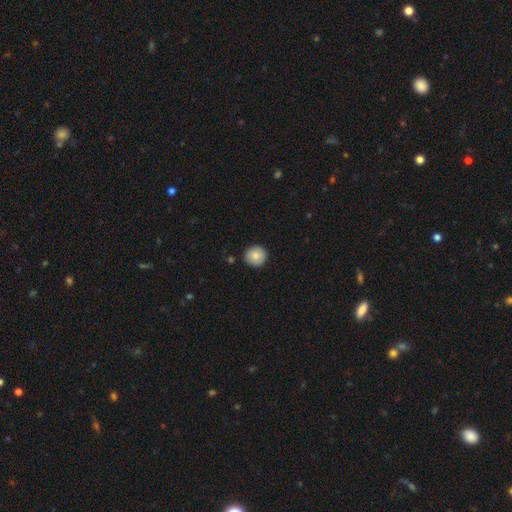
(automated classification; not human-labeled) Smooth or featured: smooth — 83% (featured or disk — 9%)
How rounded: round — 91% (in between — 8%)
Merging: none — 90% (minor disturbance — 7%)